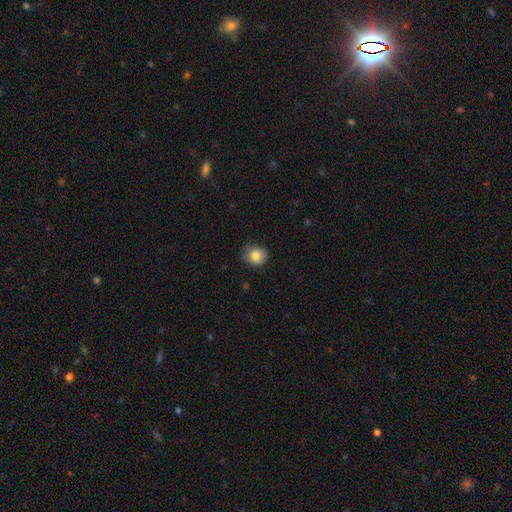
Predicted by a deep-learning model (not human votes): This is clearly a smooth galaxy (84%). How rounded: likely round (72%). Merging: likely none (72%).